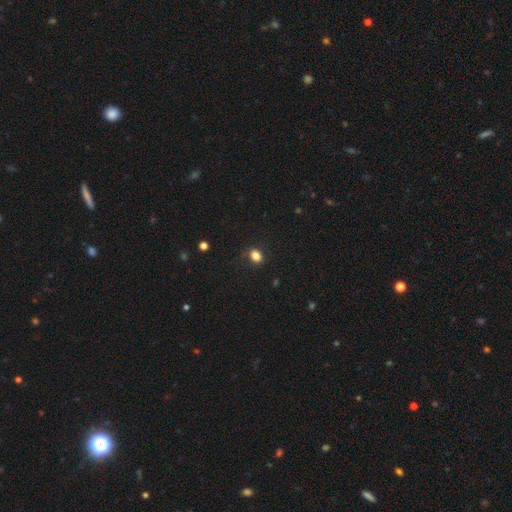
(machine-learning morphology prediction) Smooth or featured?
  - smooth: 85% *
  - star or artifact: 11%
  - featured or disk: 4%
How rounded?
  - in between: 64% *
  - round: 35%
  - cigar-shaped: 1%
Merging?
  - none: 82% *
  - minor disturbance: 13%
  - major disturbance: 4%
  - merger: 1%